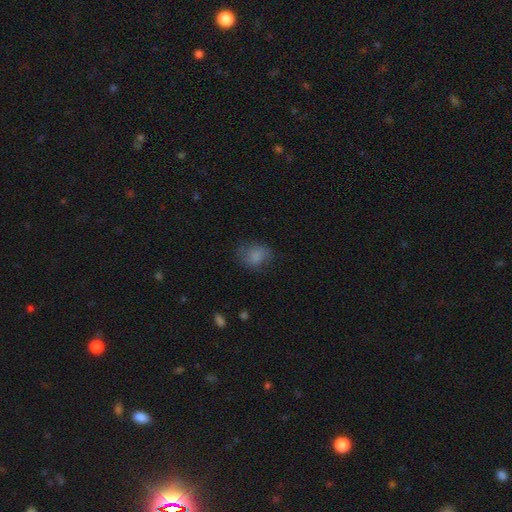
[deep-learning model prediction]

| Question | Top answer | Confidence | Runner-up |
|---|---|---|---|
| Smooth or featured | smooth | 78% | featured or disk (11%) |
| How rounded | round | 50% | in between (49%) |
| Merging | none | 67% | minor disturbance (22%) |